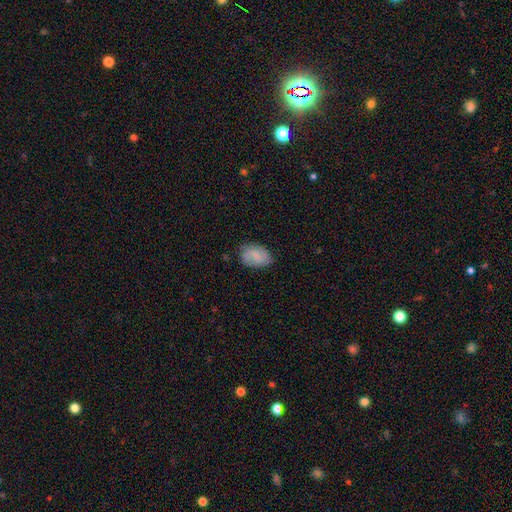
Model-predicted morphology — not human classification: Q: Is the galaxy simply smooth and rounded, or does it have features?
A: smooth — 57%.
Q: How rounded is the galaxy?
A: in between — 84%.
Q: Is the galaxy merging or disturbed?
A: none — 76%.